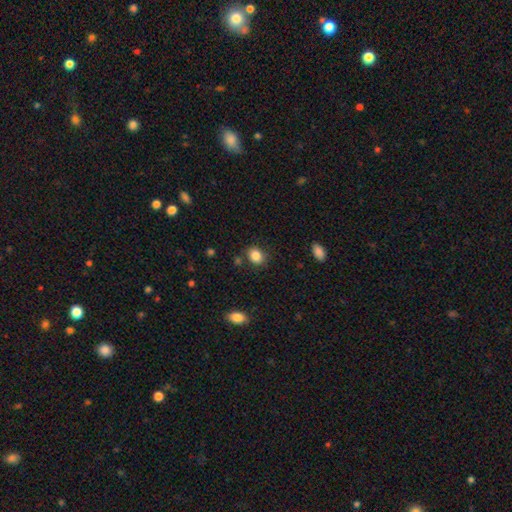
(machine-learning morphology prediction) A smooth galaxy with no disk features (85%) that is in between round and cigar-shaped (52%).

Vote fractions:
- Smooth or featured? smooth: 85% / star or artifact: 10% / featured or disk: 5%
- How rounded? in between: 52% / round: 47% / cigar-shaped: 1%
- Merging? none: 81% / minor disturbance: 12% / merger: 4% / major disturbance: 3%